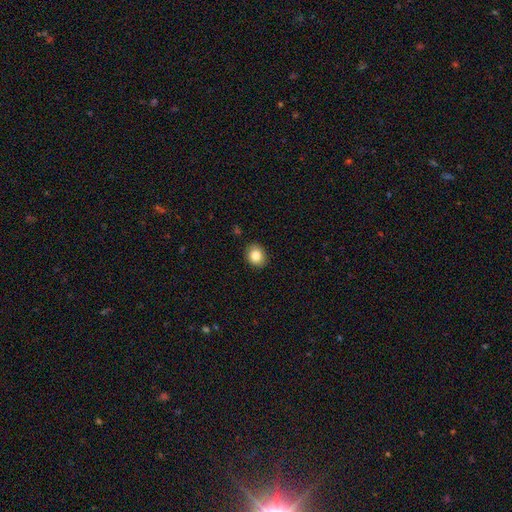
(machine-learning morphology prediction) Smooth or featured: smooth — 84% (star or artifact — 9%)
How rounded: round — 66% (in between — 34%)
Merging: none — 89% (minor disturbance — 8%)